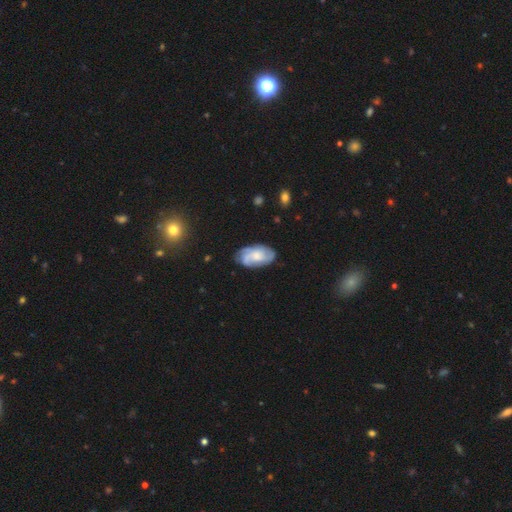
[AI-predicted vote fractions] Smooth or featured?
  - featured or disk: 66% *
  - smooth: 27%
  - star or artifact: 7%
Edge-on disk?
  - no: 96% *
  - yes: 4%
Bar?
  - no: 72% *
  - weak: 25%
  - strong: 4%
Spiral arms?
  - yes: 92% *
  - no: 8%
Spiral winding?
  - tight: 46% *
  - medium: 39%
  - loose: 15%
Spiral arm count?
  - 3: 33% *
  - can't tell: 27%
  - 4: 17%
  - 2: 14%
  - more than 4: 5%
  - 1: 4%
Bulge size?
  - moderate: 43% *
  - small: 37%
  - none: 10%
  - large: 9%
  - dominant: 2%
Merging?
  - none: 72% *
  - minor disturbance: 20%
  - major disturbance: 6%
  - merger: 2%